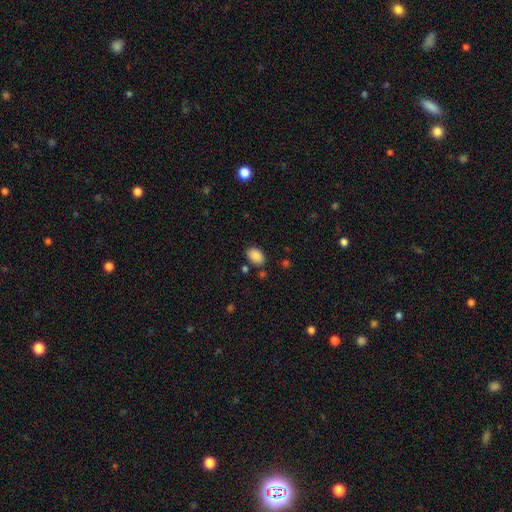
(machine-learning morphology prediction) Smooth or featured: smooth — 88% (star or artifact — 8%)
How rounded: in between — 84% (round — 15%)
Merging: none — 81% (minor disturbance — 12%)